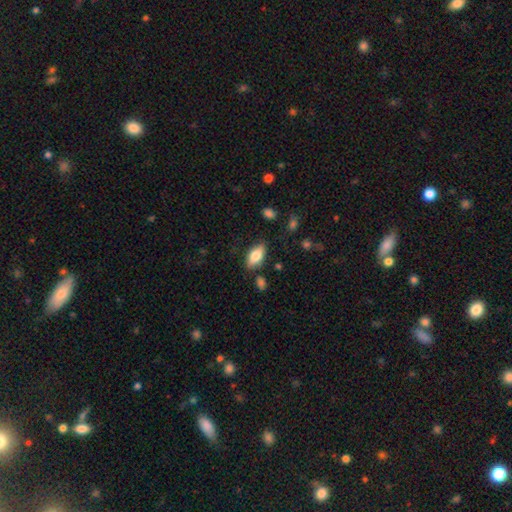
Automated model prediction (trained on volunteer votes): Smooth or featured?
  - smooth: 80% *
  - featured or disk: 13%
  - star or artifact: 7%
How rounded?
  - in between: 90% *
  - cigar-shaped: 7%
  - round: 3%
Merging?
  - none: 81% *
  - minor disturbance: 13%
  - major disturbance: 3%
  - merger: 3%